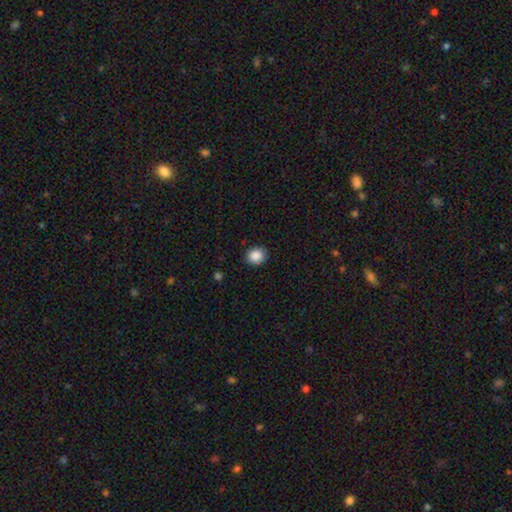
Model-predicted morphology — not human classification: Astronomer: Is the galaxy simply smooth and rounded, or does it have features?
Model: smooth — 88%.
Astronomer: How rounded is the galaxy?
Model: round — 75%.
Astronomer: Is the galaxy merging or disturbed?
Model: none — 87%.